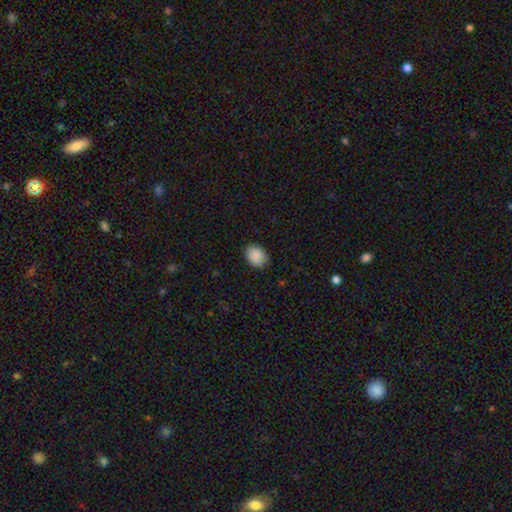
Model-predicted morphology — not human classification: type=smooth (89%); roundness=in between (64%); merging=none (85%).